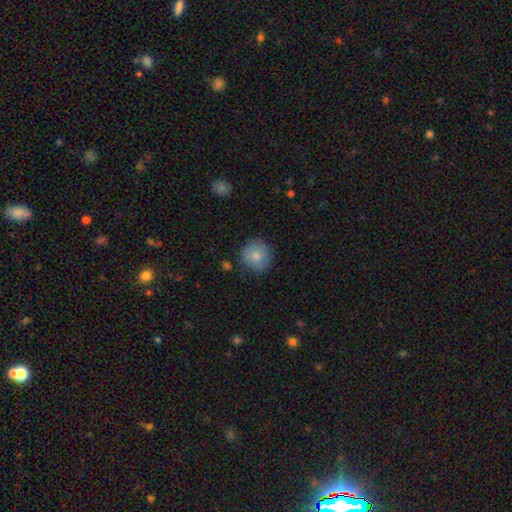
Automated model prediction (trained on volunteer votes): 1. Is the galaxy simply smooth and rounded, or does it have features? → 82% smooth, 10% featured or disk, 7% star or artifact.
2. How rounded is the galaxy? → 91% round, 8% in between, 1% cigar-shaped.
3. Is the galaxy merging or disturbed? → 77% none, 16% minor disturbance, 4% major disturbance, 2% merger.